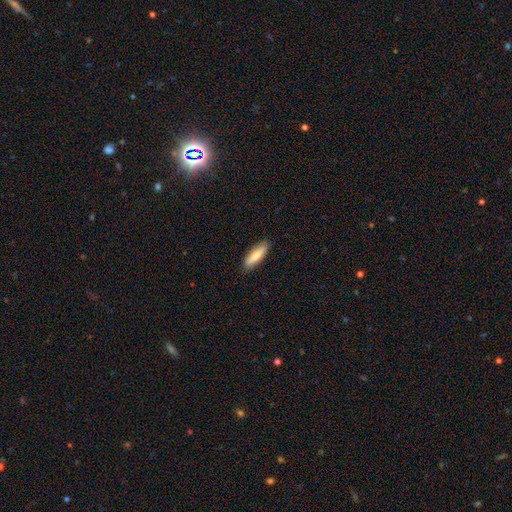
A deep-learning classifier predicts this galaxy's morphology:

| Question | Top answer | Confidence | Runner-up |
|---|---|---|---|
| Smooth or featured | smooth | 80% | featured or disk (15%) |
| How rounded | cigar-shaped | 63% | in between (35%) |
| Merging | none | 88% | minor disturbance (9%) |